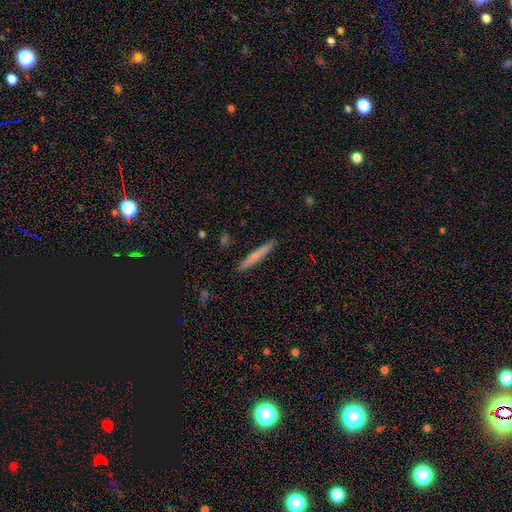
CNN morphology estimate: smooth-or-featured: smooth: 64% | featured or disk: 30% | star or artifact: 6%
  how-rounded: cigar-shaped: 96% | in between: 3% | round: 1%
  merging: none: 91% | minor disturbance: 6% | major disturbance: 1% | merger: 1%